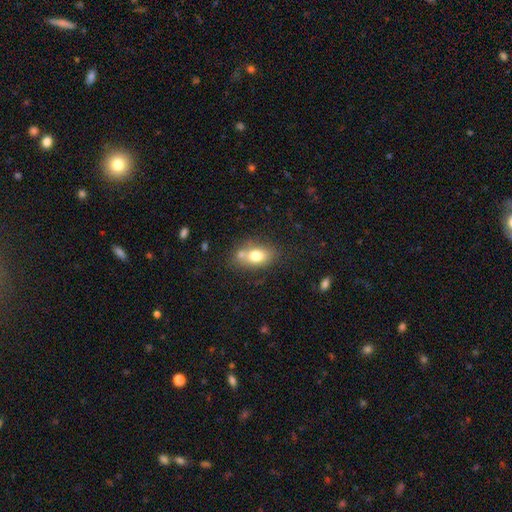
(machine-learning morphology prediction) type=smooth (74%); roundness=in between (79%); merging=none (55%).